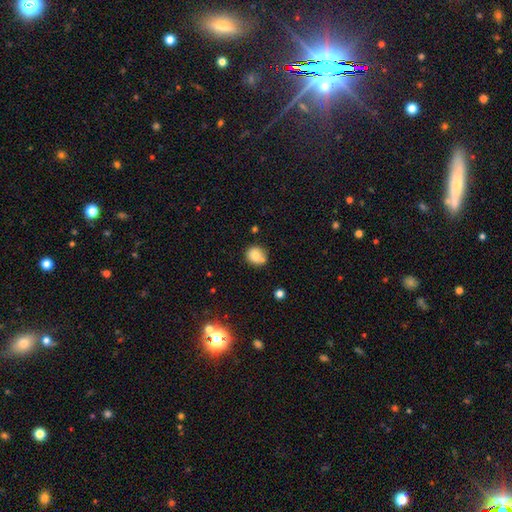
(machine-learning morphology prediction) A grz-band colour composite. It shows a smooth galaxy with no disk features (76%) that is round (76%). Merging: none (62%).